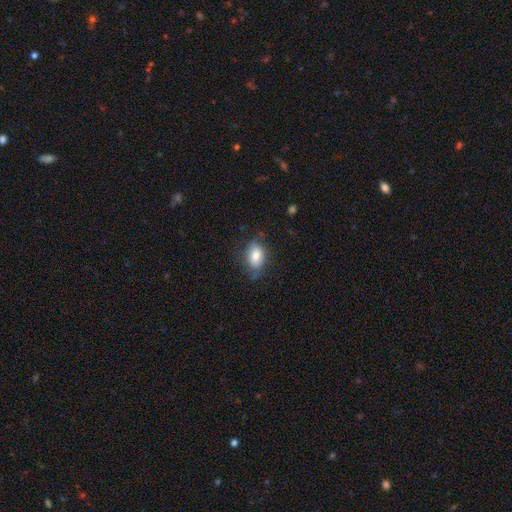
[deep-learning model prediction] Smooth or featured?
  - smooth: 79% *
  - featured or disk: 13%
  - star or artifact: 8%
How rounded?
  - in between: 83% *
  - round: 15%
  - cigar-shaped: 2%
Merging?
  - none: 68% *
  - minor disturbance: 24%
  - major disturbance: 7%
  - merger: 2%